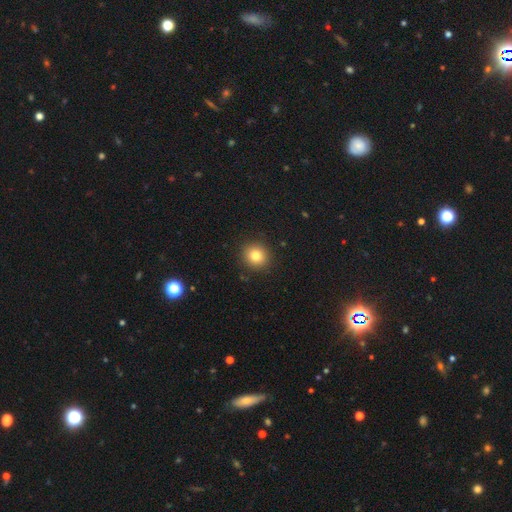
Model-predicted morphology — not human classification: Q: Smooth or featured?
A: smooth (80%); runner-up: star or artifact (12%)
Q: How rounded?
A: round (89%); runner-up: in between (10%)
Q: Merging?
A: none (91%); runner-up: minor disturbance (6%)